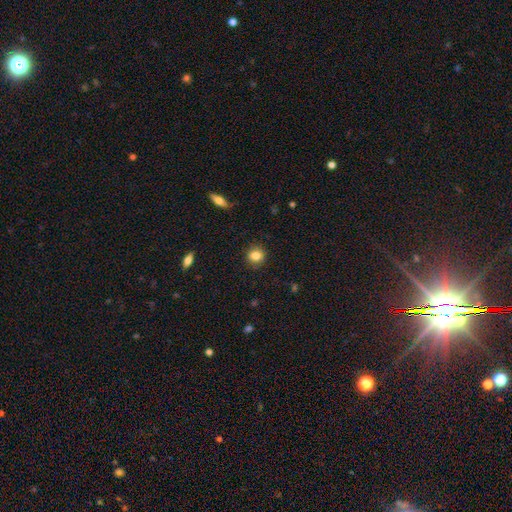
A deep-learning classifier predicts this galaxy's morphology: The model was most divided on "how rounded": round: 80%, in between: 19%, cigar-shaped: 1%. More confident: merging — none (89%); smooth or featured — smooth (83%).